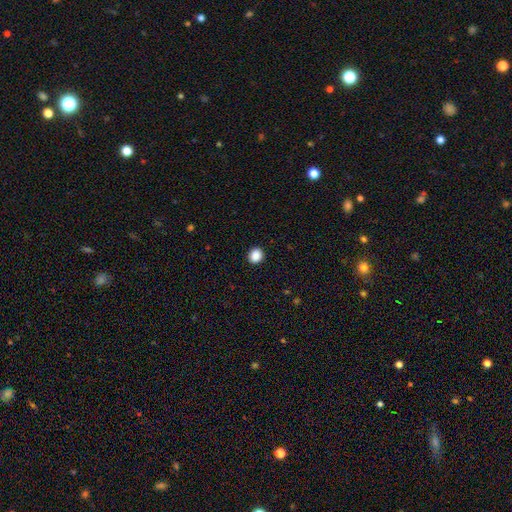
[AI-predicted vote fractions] Smooth or featured? smooth (88%)
How rounded? round (83%)
Merging? none (92%)